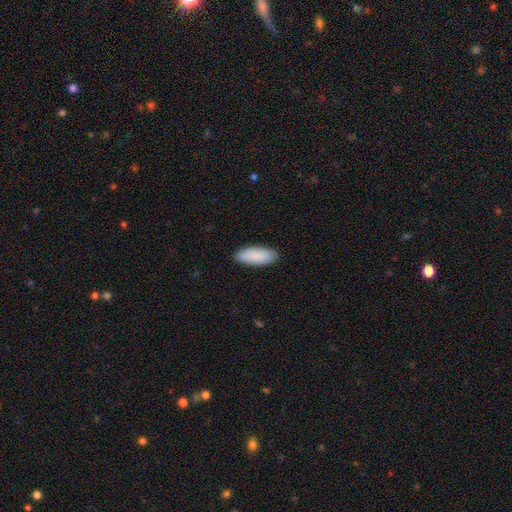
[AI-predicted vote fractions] Morphology: type=smooth (90%); roundness=in between (76%); merging=none (89%).